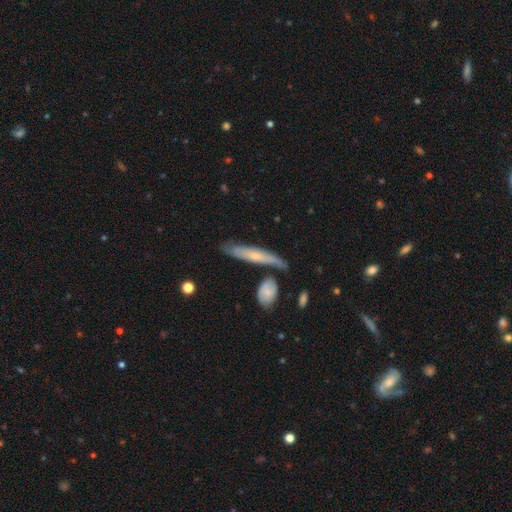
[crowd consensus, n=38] Smooth or featured?
  - smooth: 50% *
  - featured or disk: 45%
  - star or artifact: 5%
How rounded?
  - cigar-shaped: 68% *
  - in between: 32%
  - round: 0%
Merging?
  - none: 53% *
  - minor disturbance: 31%
  - major disturbance: 8%
  - merger: 8%